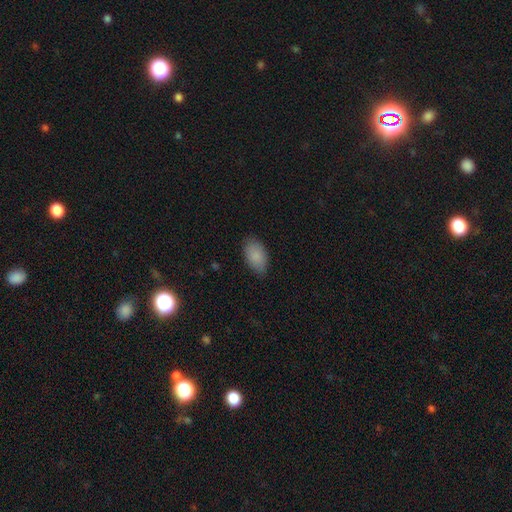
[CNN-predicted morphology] This is clearly a smooth galaxy (88%). How rounded: clearly in between (94%). Merging: clearly none (82%).